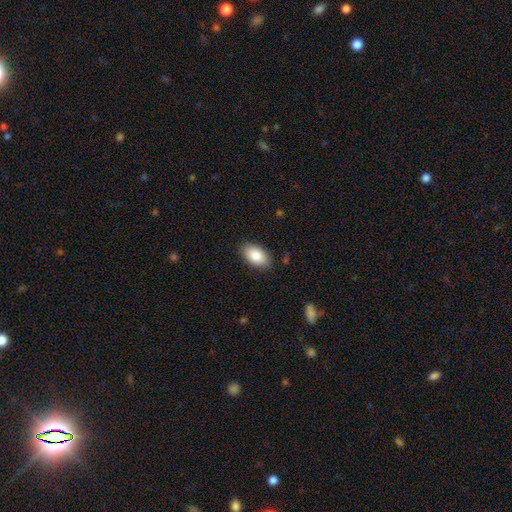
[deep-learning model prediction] smooth 85%, featured or disk 8%, star or artifact 7%. Down the decision tree: how rounded — in between (94%); merging — none (87%).